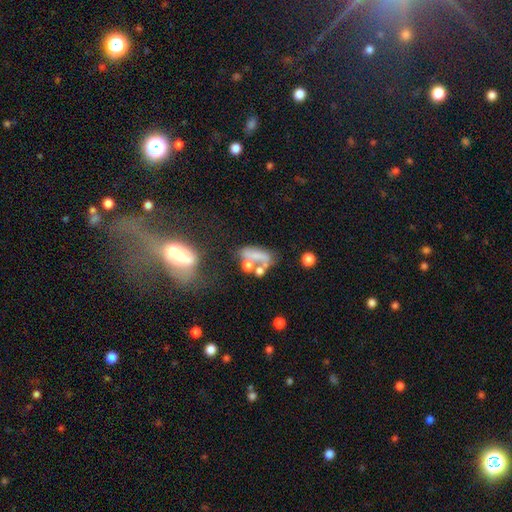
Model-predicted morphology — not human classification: Smooth or featured?
  - smooth: 55% *
  - featured or disk: 29%
  - star or artifact: 16%
How rounded?
  - in between: 65% *
  - cigar-shaped: 21%
  - round: 15%
Merging?
  - merger: 36% *
  - none: 27%
  - major disturbance: 22%
  - minor disturbance: 15%